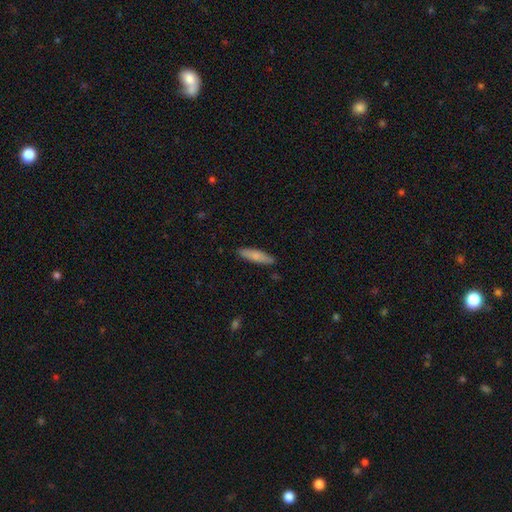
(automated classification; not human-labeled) Q: Smooth or featured?
A: smooth (77%); runner-up: featured or disk (18%)
Q: How rounded?
A: cigar-shaped (72%); runner-up: in between (26%)
Q: Merging?
A: none (88%); runner-up: minor disturbance (9%)